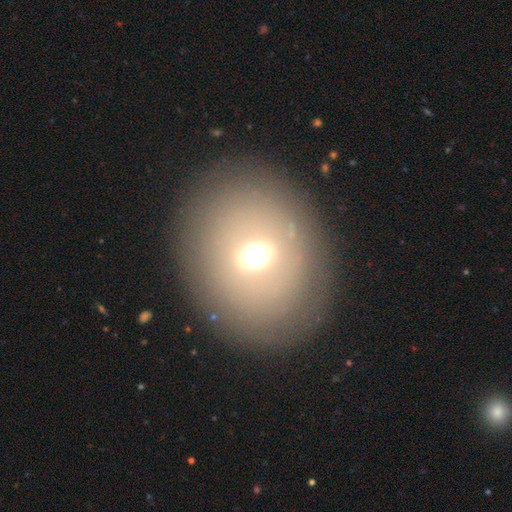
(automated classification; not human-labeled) smooth_or_featured: smooth (p=0.55) [alt: star or artifact p=0.23]
how_rounded: round (p=0.74) [alt: in between p=0.25]
merging: none (p=0.82) [alt: minor disturbance p=0.09]